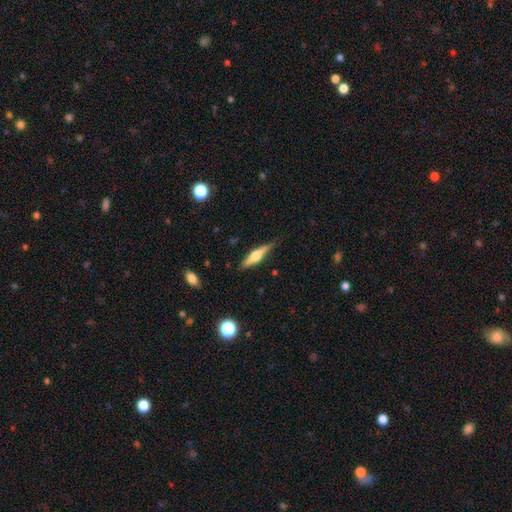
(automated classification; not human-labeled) A featured or disk galaxy (59%) viewed edge-on (96%) with a rounded central bulge (90%).

Vote fractions:
- Smooth or featured? featured or disk: 59% / smooth: 35% / star or artifact: 6%
- Edge-on disk? yes: 96% / no: 4%
- Edge-on bulge? rounded: 90% / boxy: 7% / none: 3%
- Merging? none: 82% / minor disturbance: 14% / major disturbance: 3% / merger: 2%